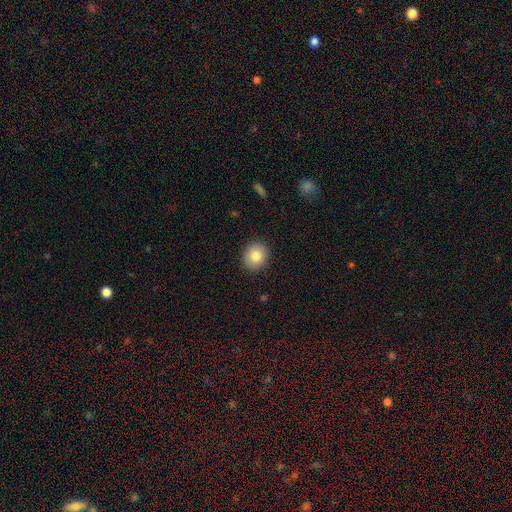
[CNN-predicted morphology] smooth-or-featured: smooth: 83% | star or artifact: 8% | featured or disk: 8%
  how-rounded: round: 72% | in between: 27% | cigar-shaped: 1%
  merging: none: 90% | minor disturbance: 7% | major disturbance: 2% | merger: 1%